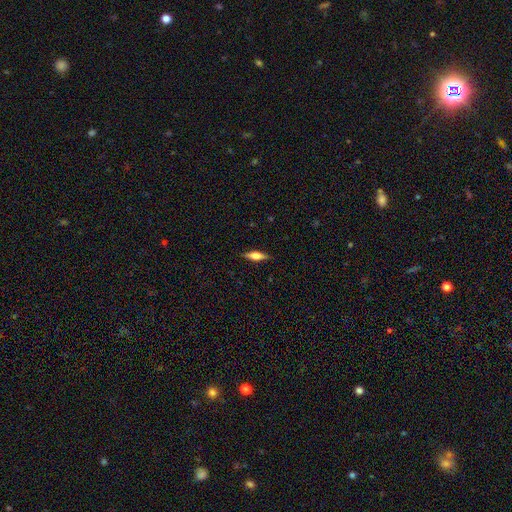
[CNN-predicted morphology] smooth_or_featured: smooth (p=0.47) [alt: featured or disk p=0.46]
merging: none (p=0.88) [alt: minor disturbance p=0.09]